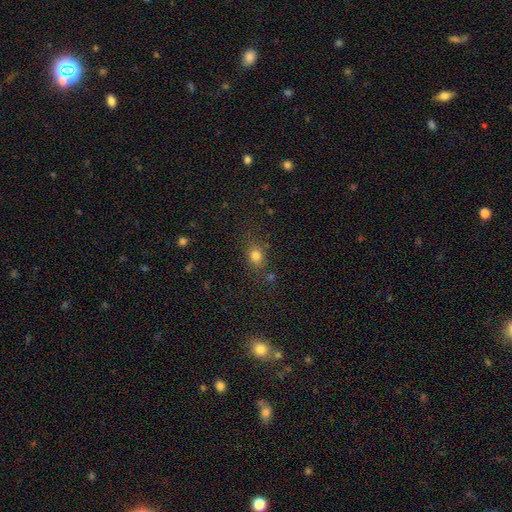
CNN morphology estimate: A smooth galaxy with no disk features (78%) that is round (52%).

Vote fractions:
- Smooth or featured? smooth: 78% / star or artifact: 14% / featured or disk: 7%
- How rounded? round: 52% / in between: 46% / cigar-shaped: 2%
- Merging? none: 73% / minor disturbance: 15% / major disturbance: 6% / merger: 5%